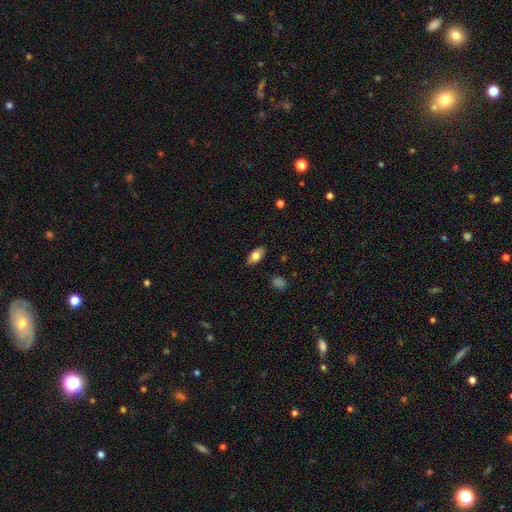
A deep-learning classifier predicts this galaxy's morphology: This appears to be a smooth galaxy with no disk features (76%) that is in between round and cigar-shaped (90%). Merging: none (87%).